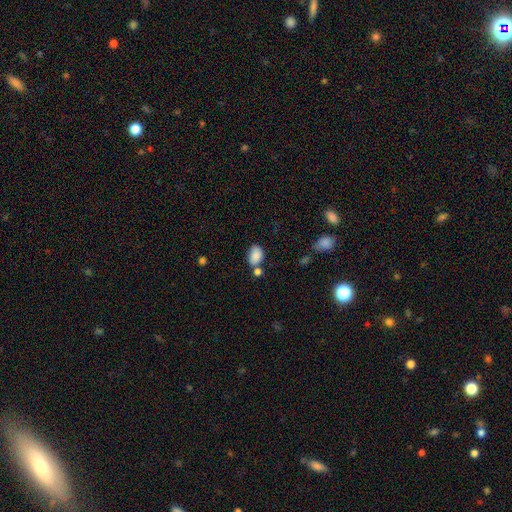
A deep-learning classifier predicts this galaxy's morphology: This appears to be a smooth galaxy with no disk features (86%) that is in between round and cigar-shaped (80%). Merging: none (57%).